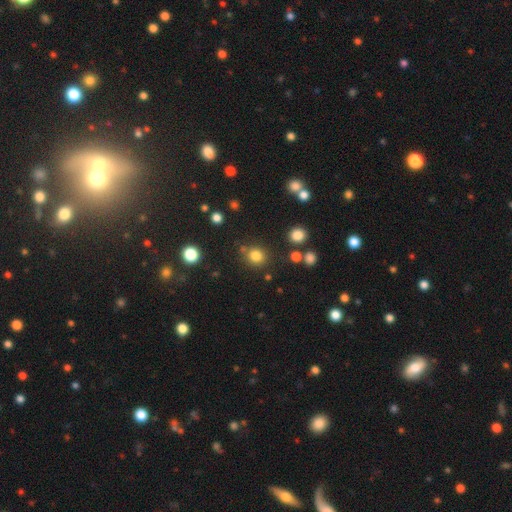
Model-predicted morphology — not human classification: smooth_or_featured: smooth (p=0.81) [alt: star or artifact p=0.14]
how_rounded: round (p=0.85) [alt: in between p=0.14]
merging: none (p=0.80) [alt: minor disturbance p=0.09]